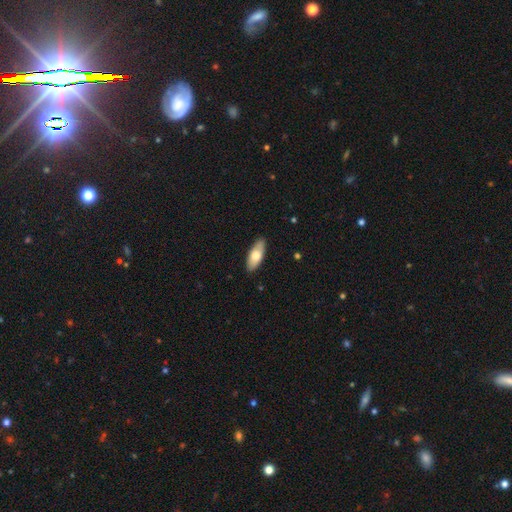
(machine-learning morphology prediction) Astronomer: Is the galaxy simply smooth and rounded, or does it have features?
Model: smooth — 70%.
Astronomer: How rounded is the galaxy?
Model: in between — 77%.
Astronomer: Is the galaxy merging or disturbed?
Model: none — 87%.